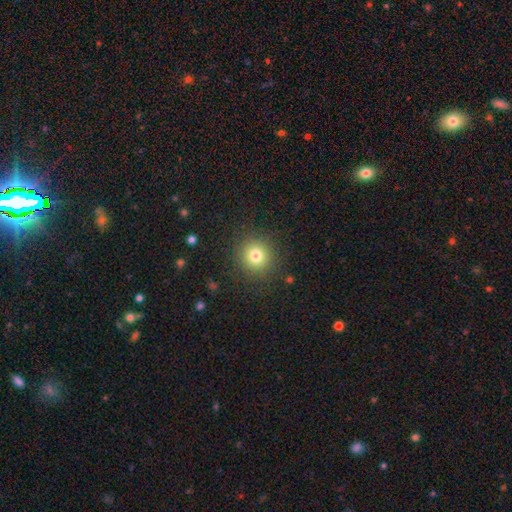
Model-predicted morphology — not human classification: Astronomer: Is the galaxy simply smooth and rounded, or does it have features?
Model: smooth — 78%.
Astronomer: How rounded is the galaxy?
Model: round — 93%.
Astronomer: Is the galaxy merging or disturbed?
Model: none — 89%.